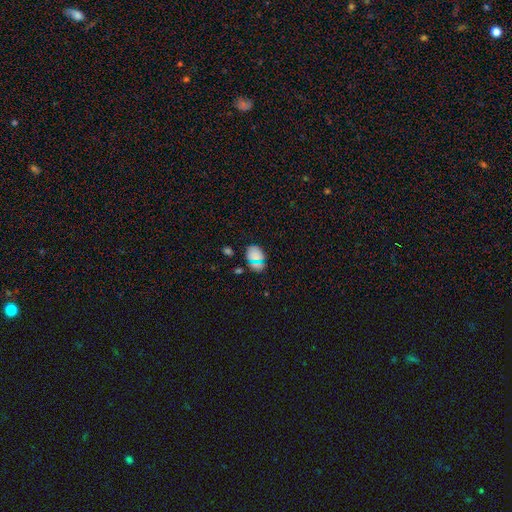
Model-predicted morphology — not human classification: Smooth or featured: smooth — 70% (star or artifact — 23%)
How rounded: in between — 57% (round — 41%)
Merging: none — 80% (minor disturbance — 12%)